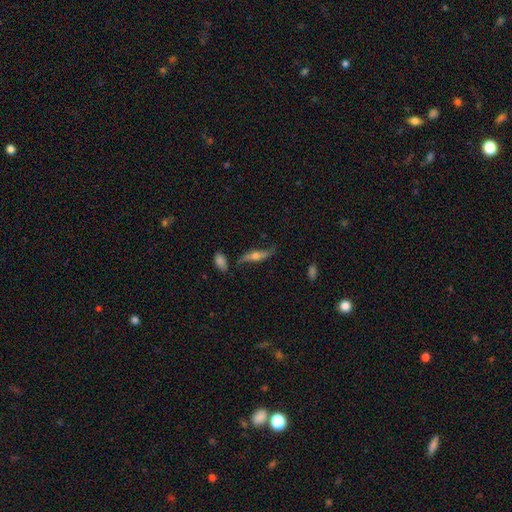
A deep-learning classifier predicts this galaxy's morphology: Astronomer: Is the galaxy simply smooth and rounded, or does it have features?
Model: featured or disk — 69%.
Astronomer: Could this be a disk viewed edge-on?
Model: yes — 58% (runner-up: no, 42%).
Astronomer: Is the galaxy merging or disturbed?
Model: none — 68%.